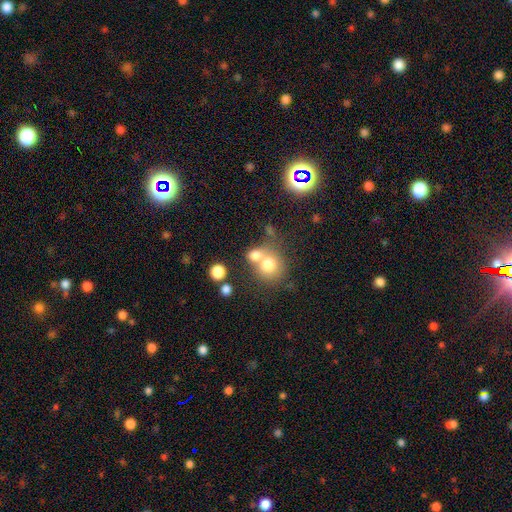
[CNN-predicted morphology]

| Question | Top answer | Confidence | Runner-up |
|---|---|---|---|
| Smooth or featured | smooth | 73% | featured or disk (14%) |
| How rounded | round | 76% | in between (23%) |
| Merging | merger | 50% | none (37%) |